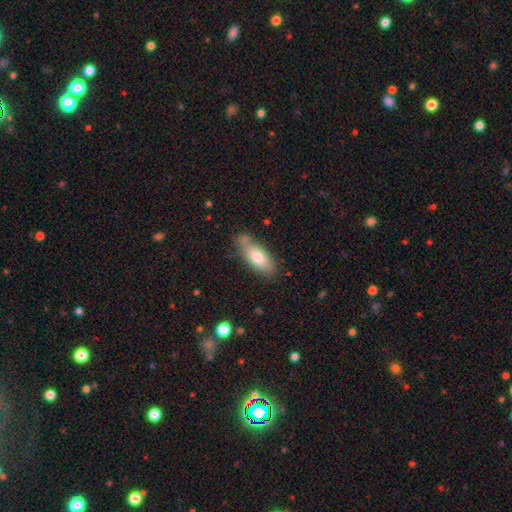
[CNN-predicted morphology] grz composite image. It shows a smooth galaxy with no disk features (75%) that is in between round and cigar-shaped (78%). Merging: none (68%).